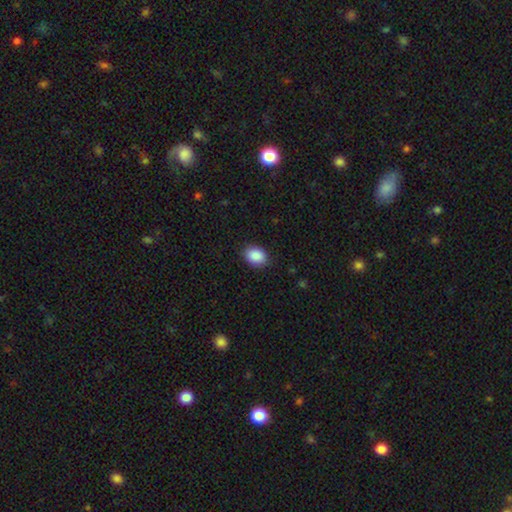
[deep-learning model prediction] Smooth or featured? smooth (89%)
How rounded? in between (64%)
Merging? none (87%)